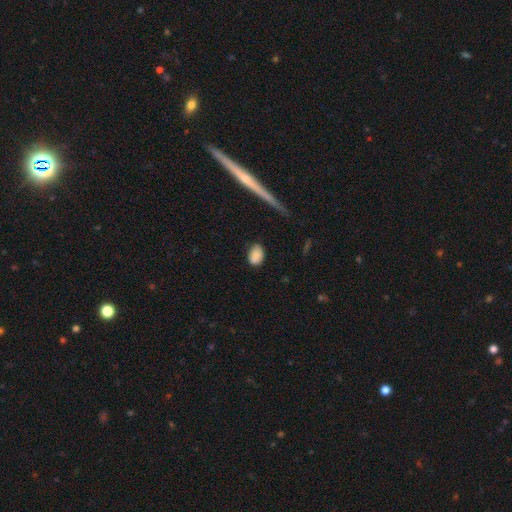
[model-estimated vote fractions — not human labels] Smooth or featured? smooth (86%)
How rounded? in between (83%)
Merging? none (78%)